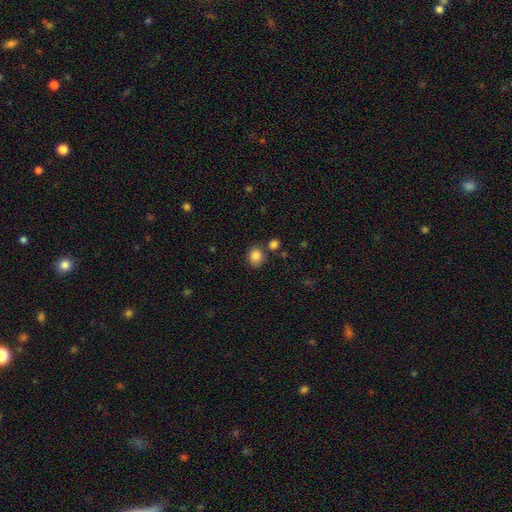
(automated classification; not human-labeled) smooth-or-featured: smooth: 86% | star or artifact: 10% | featured or disk: 4%
  how-rounded: round: 72% | in between: 27% | cigar-shaped: 1%
  merging: none: 73% | minor disturbance: 12% | merger: 11% | major disturbance: 4%